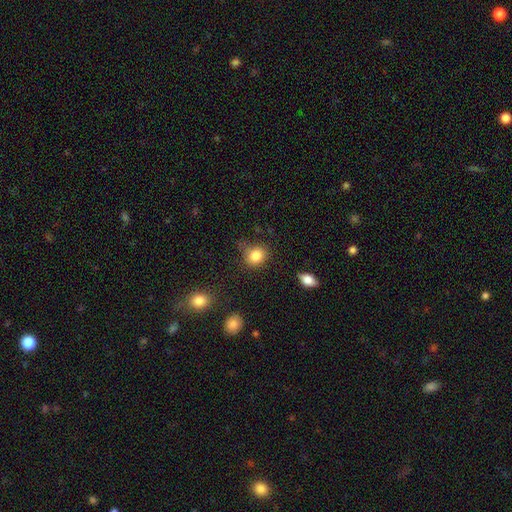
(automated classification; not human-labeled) The model was most divided on "how rounded": round: 64%, in between: 35%, cigar-shaped: 1%. More confident: smooth or featured — smooth (84%); merging — none (69%).